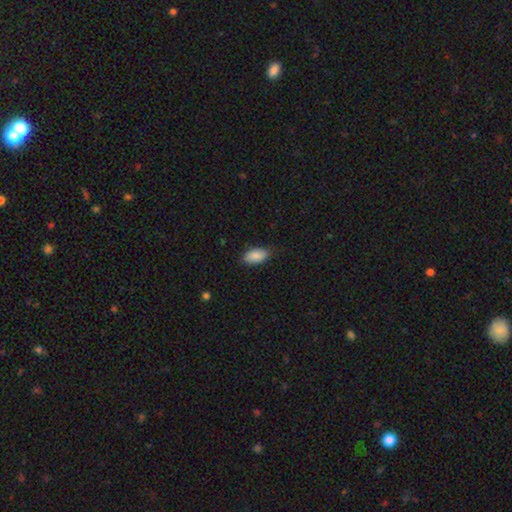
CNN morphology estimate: This is clearly a smooth galaxy (87%). How rounded: clearly in between (93%). Merging: likely none (78%).